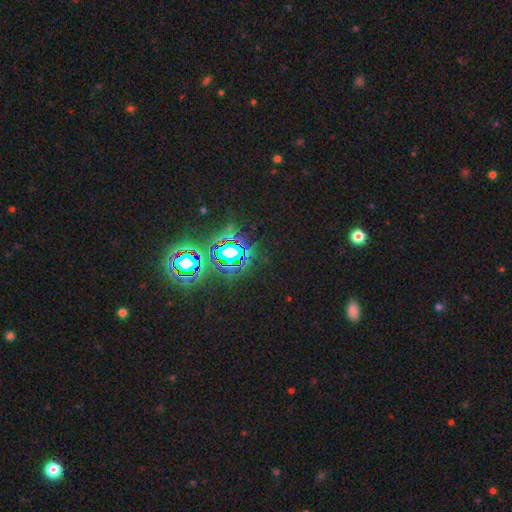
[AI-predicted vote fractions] Q: Smooth or featured?
A: star or artifact (81%); runner-up: smooth (12%)